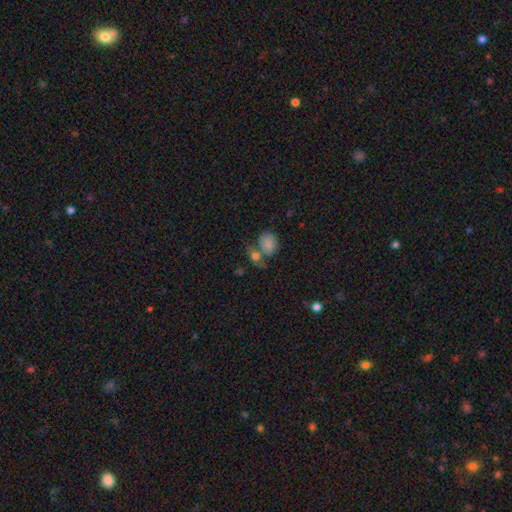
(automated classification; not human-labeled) Smooth or featured?
  - smooth: 46% *
  - star or artifact: 35%
  - featured or disk: 19%
Merging?
  - none: 52% *
  - merger: 26%
  - minor disturbance: 13%
  - major disturbance: 10%